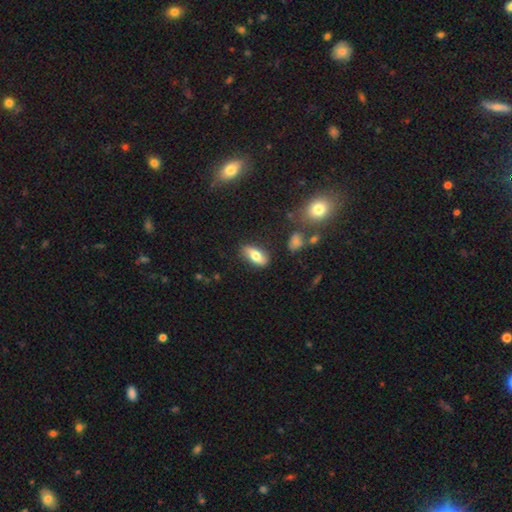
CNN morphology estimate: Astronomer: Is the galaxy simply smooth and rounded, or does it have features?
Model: smooth — 69%.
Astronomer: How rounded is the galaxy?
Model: in between — 80%.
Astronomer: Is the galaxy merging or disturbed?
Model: none — 79%.